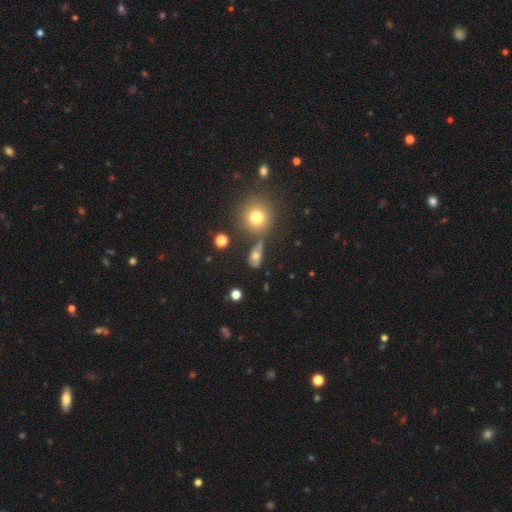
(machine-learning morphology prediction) A smooth galaxy with no disk features (60%) that is in between round and cigar-shaped (60%).

Vote fractions:
- Smooth or featured? smooth: 60% / featured or disk: 23% / star or artifact: 17%
- How rounded? in between: 60% / round: 33% / cigar-shaped: 7%
- Merging? none: 49% / minor disturbance: 21% / major disturbance: 15% / merger: 15%